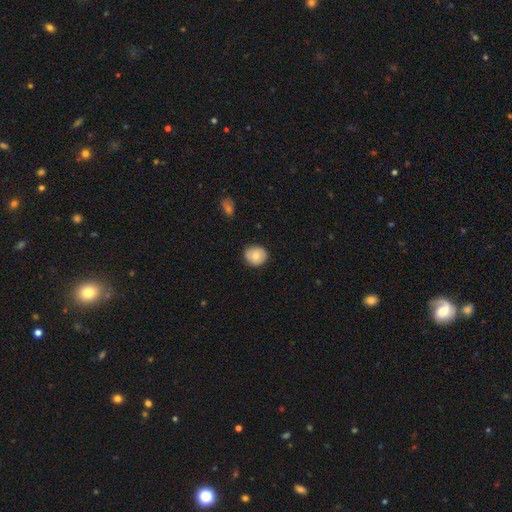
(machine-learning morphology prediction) A smooth galaxy with no disk features (73%) that is round (77%).

Vote fractions:
- Smooth or featured? smooth: 73% / featured or disk: 20% / star or artifact: 7%
- How rounded? round: 77% / in between: 22% / cigar-shaped: 1%
- Merging? none: 85% / minor disturbance: 12% / major disturbance: 2% / merger: 1%